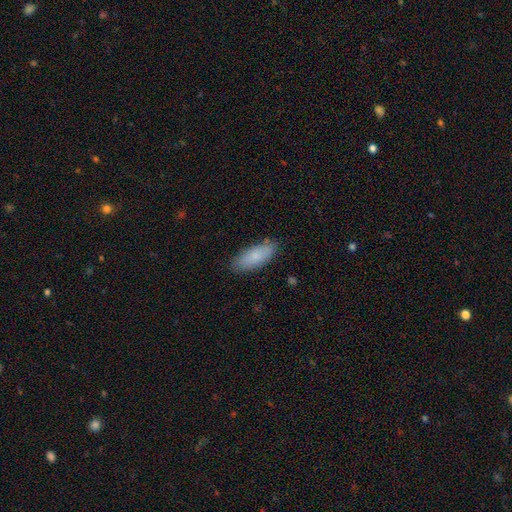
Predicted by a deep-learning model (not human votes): Overall: smooth (83%). How rounded: in between (76%). Merging: none (83%).